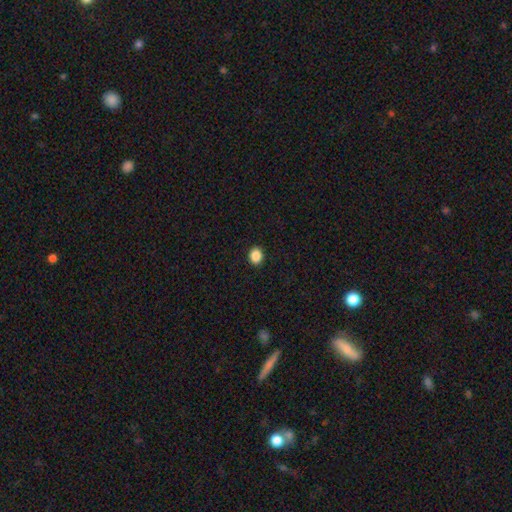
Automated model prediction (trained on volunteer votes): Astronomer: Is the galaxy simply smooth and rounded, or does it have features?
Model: smooth — 88%.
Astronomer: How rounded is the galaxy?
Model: round — 55% (runner-up: in between, 44%).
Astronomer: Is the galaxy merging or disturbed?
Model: none — 92%.